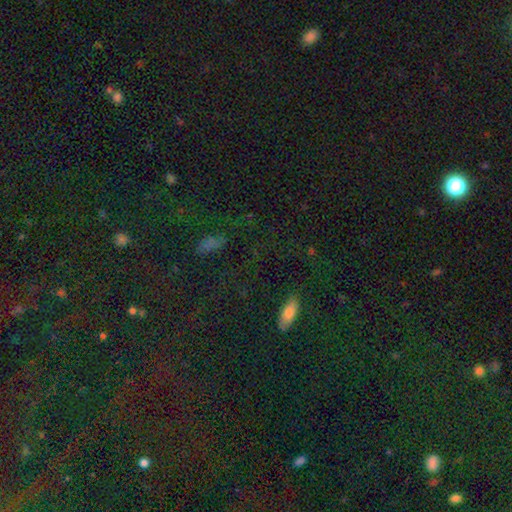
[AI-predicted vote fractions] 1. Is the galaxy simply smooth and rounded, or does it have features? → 55% star or artifact, 31% smooth, 14% featured or disk.